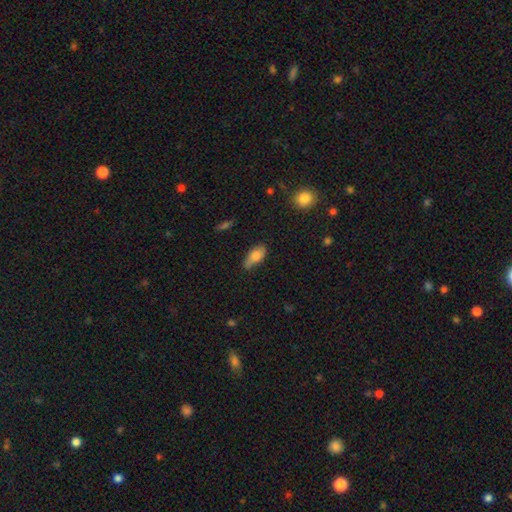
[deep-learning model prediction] This appears to be a smooth galaxy with no disk features (76%) that is in between round and cigar-shaped (85%). Merging: none (54%).